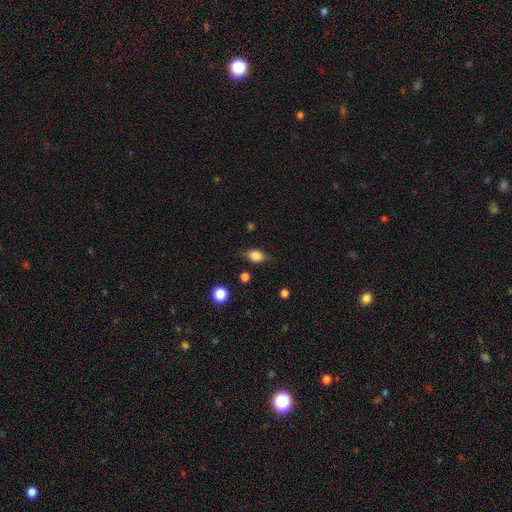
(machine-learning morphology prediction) Overall: smooth (74%). How rounded: in between (69%). Merging: none (70%).